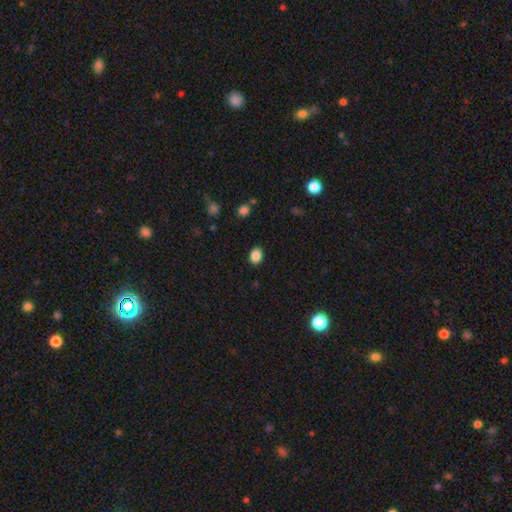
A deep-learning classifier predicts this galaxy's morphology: Smooth or featured: smooth — 87% (star or artifact — 10%)
How rounded: in between — 60% (round — 39%)
Merging: none — 89% (minor disturbance — 8%)